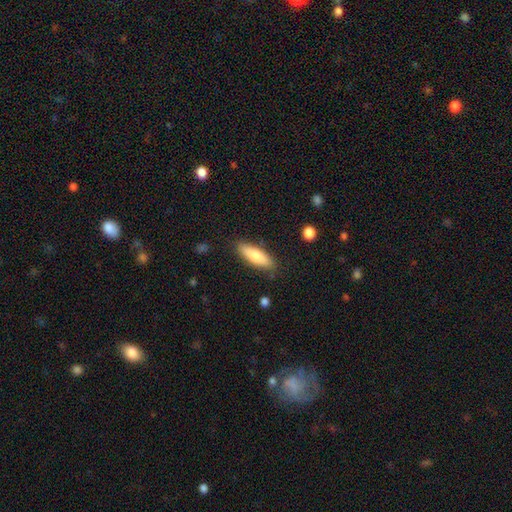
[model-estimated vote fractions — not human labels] A smooth galaxy with no disk features (78%) that is in between round and cigar-shaped (50%). Merging: none (84%).